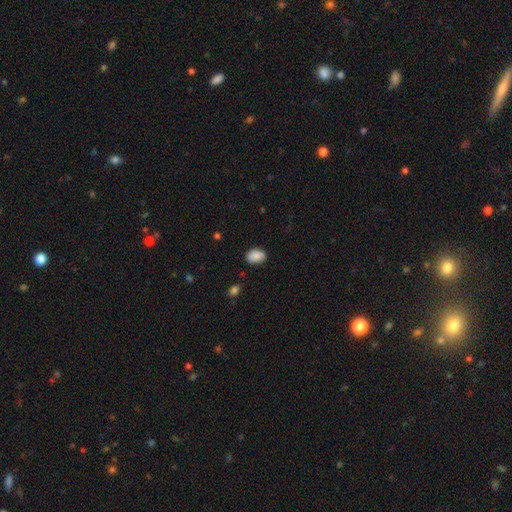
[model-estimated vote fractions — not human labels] Q: Smooth or featured?
A: smooth (89%); runner-up: star or artifact (7%)
Q: How rounded?
A: in between (81%); runner-up: round (18%)
Q: Merging?
A: none (85%); runner-up: minor disturbance (11%)